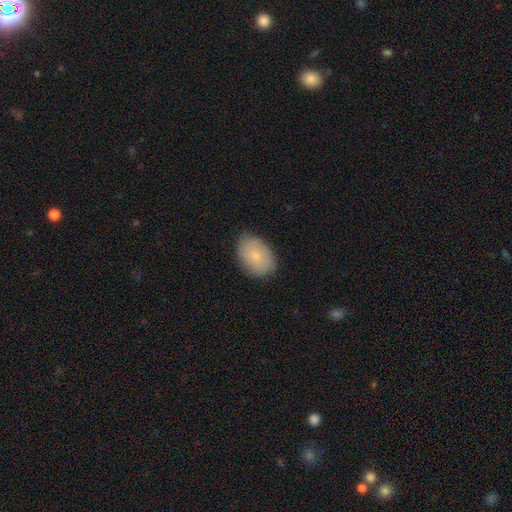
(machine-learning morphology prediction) A smooth galaxy with no disk features (74%) that is in between round and cigar-shaped (85%).

Vote fractions:
- Smooth or featured? smooth: 74% / featured or disk: 19% / star or artifact: 7%
- How rounded? in between: 85% / round: 14% / cigar-shaped: 1%
- Merging? none: 83% / minor disturbance: 14% / major disturbance: 3% / merger: 1%